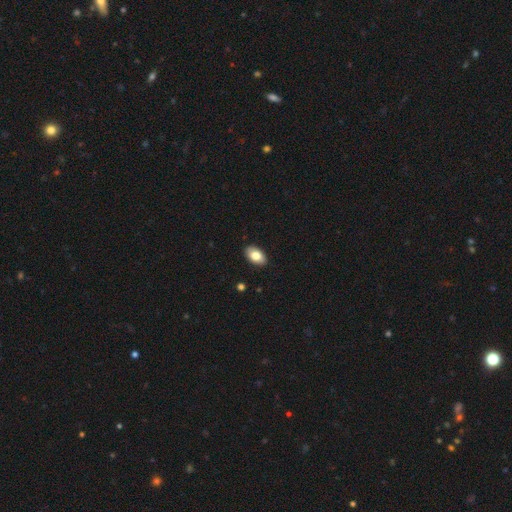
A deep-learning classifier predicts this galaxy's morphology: Q: Smooth or featured?
A: smooth (82%); runner-up: featured or disk (11%)
Q: How rounded?
A: in between (93%); runner-up: round (6%)
Q: Merging?
A: none (90%); runner-up: minor disturbance (8%)